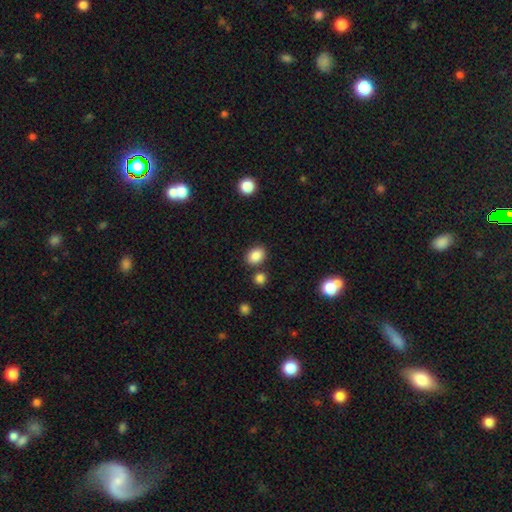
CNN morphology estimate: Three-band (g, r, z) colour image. It shows a smooth galaxy with no disk features (86%) that is in between round and cigar-shaped (67%). Merging: none (80%).